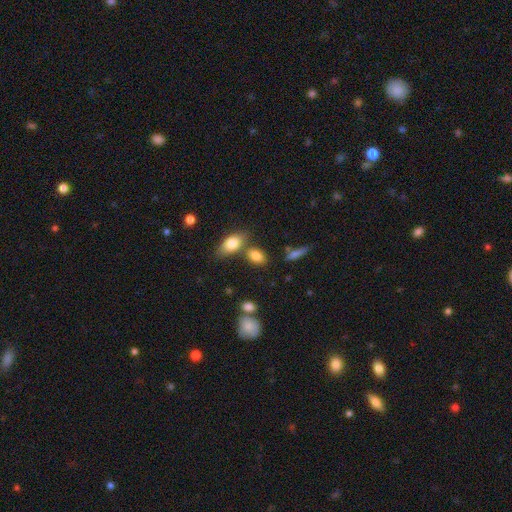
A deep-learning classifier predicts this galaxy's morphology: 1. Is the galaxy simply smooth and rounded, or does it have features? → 82% smooth, 9% star or artifact, 9% featured or disk.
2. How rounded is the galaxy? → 85% in between, 11% round, 4% cigar-shaped.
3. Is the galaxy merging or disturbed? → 62% none, 20% merger, 13% minor disturbance, 4% major disturbance.